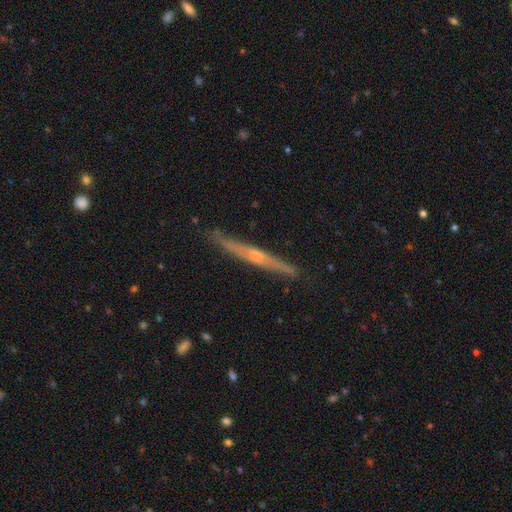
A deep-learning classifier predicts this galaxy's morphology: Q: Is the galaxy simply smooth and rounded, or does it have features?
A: featured or disk — 66%.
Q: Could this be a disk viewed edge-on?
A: yes — 97%.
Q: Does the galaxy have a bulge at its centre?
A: rounded — 49%.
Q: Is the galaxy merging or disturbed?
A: none — 87%.